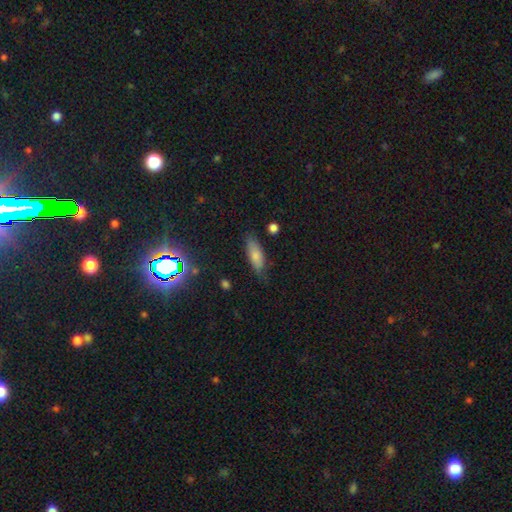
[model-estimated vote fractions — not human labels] smooth-or-featured: smooth: 76% | featured or disk: 16% | star or artifact: 8%
  how-rounded: in between: 68% | cigar-shaped: 29% | round: 2%
  merging: none: 70% | minor disturbance: 23% | major disturbance: 5% | merger: 2%